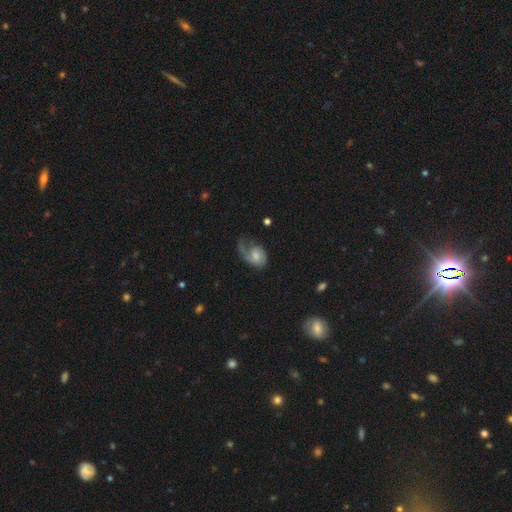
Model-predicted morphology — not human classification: Smooth or featured? featured or disk (60%)
Edge-on disk? no (97%)
Bar? no (67%)
Spiral arms? yes (86%)
Bulge size? moderate (44%)
Merging? major disturbance (43%)